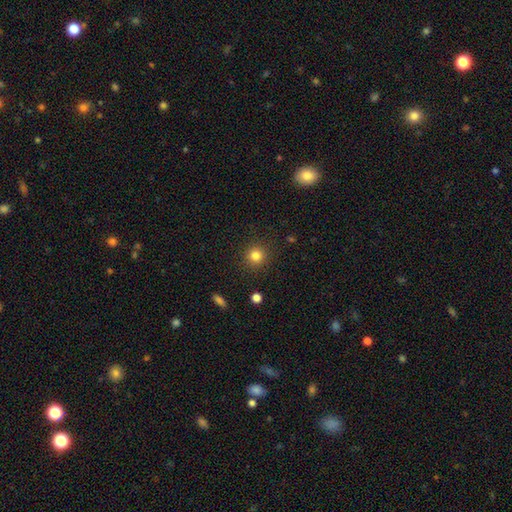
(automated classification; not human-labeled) smooth 82%, star or artifact 12%, featured or disk 5%. Down the decision tree: how rounded — round (93%); merging — none (90%).